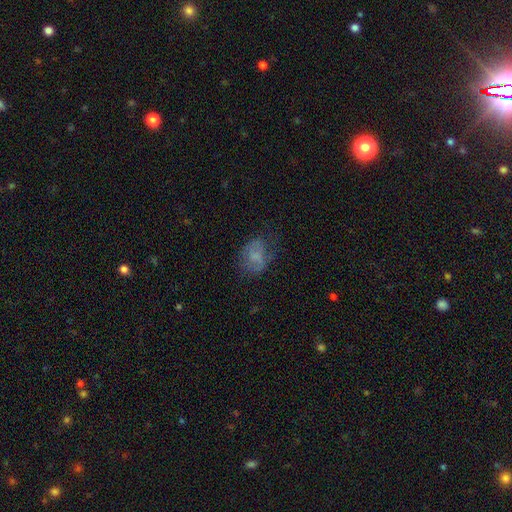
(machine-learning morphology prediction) The model was most divided on "smooth or featured": smooth: 56%, featured or disk: 31%, star or artifact: 12%. More confident: how rounded — in between (62%); merging — none (52%).